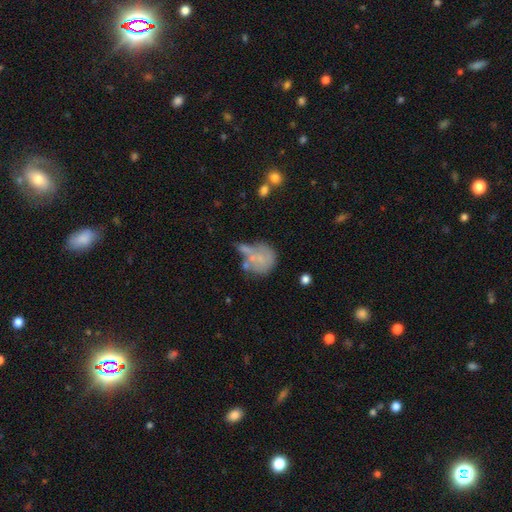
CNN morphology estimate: smooth 48%, featured or disk 35%, star or artifact 17%. Down the decision tree: merging — none (36%).